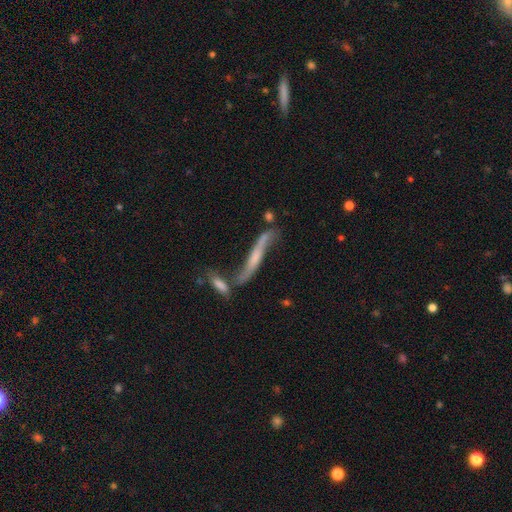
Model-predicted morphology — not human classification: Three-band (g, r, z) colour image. It shows a featured or disk galaxy (69%) viewed edge-on (69%). Merging: none (48%).